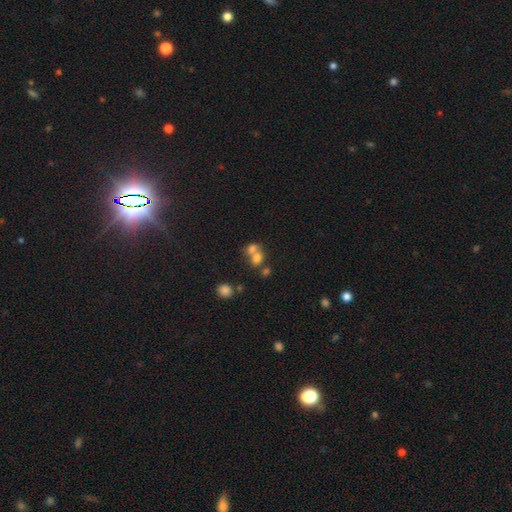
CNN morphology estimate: Overall: smooth (70%). How rounded: round (60%; in between 39%). Merging: merger (63%; none 26%).